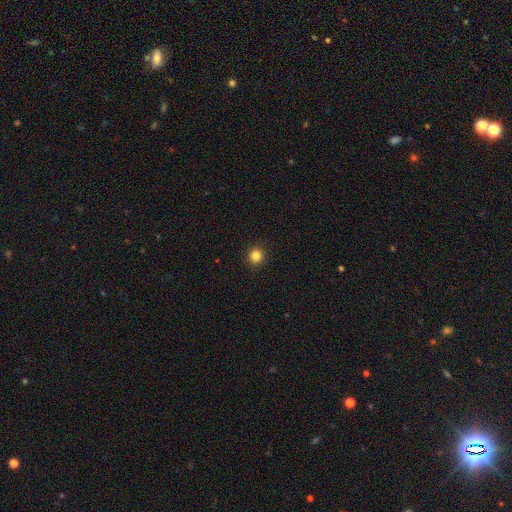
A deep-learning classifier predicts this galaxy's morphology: Smooth or featured?
  - smooth: 84% *
  - star or artifact: 12%
  - featured or disk: 4%
How rounded?
  - round: 91% *
  - in between: 8%
  - cigar-shaped: 1%
Merging?
  - none: 92% *
  - minor disturbance: 6%
  - major disturbance: 2%
  - merger: 1%